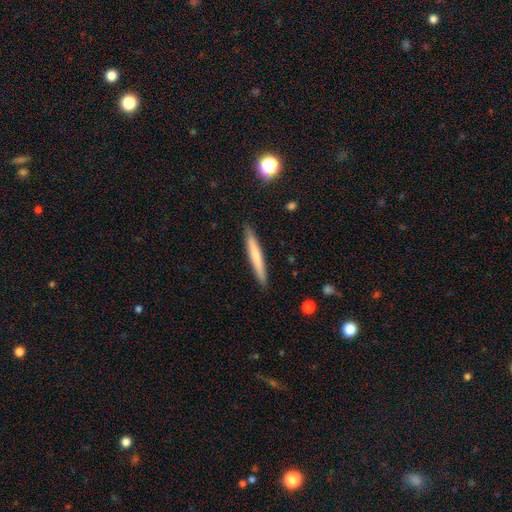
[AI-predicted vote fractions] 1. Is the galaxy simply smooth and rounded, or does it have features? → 65% smooth, 28% featured or disk, 6% star or artifact.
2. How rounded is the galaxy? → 96% cigar-shaped, 3% in between, 1% round.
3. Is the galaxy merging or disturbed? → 91% none, 7% minor disturbance, 1% major disturbance, 1% merger.